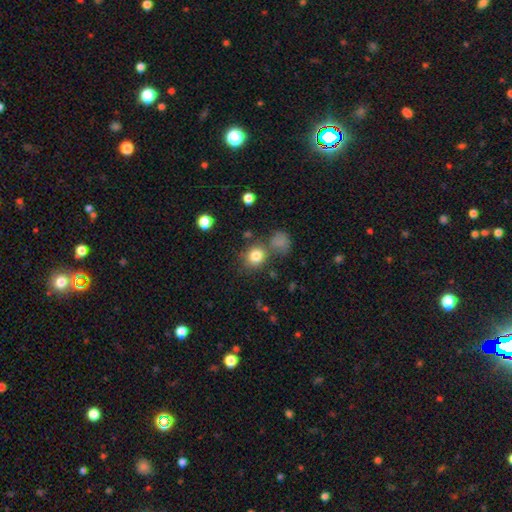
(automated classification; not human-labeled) A smooth galaxy with no disk features (82%) that is round (76%).

Vote fractions:
- Smooth or featured? smooth: 82% / star or artifact: 11% / featured or disk: 7%
- How rounded? round: 76% / in between: 23% / cigar-shaped: 1%
- Merging? none: 68% / merger: 15% / minor disturbance: 11% / major disturbance: 5%